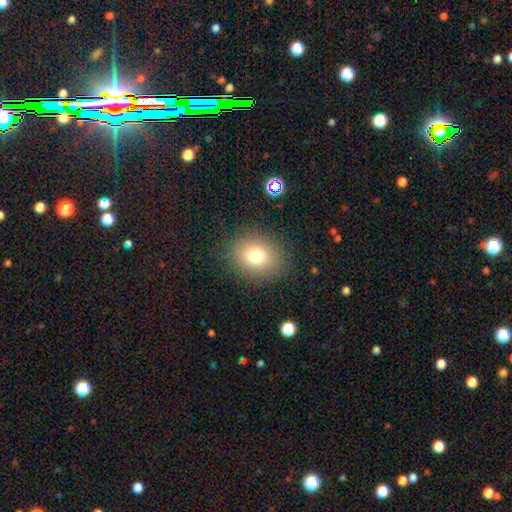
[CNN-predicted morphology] Smooth or featured: smooth — 76% (star or artifact — 13%)
How rounded: round — 56% (in between — 43%)
Merging: none — 85% (minor disturbance — 9%)